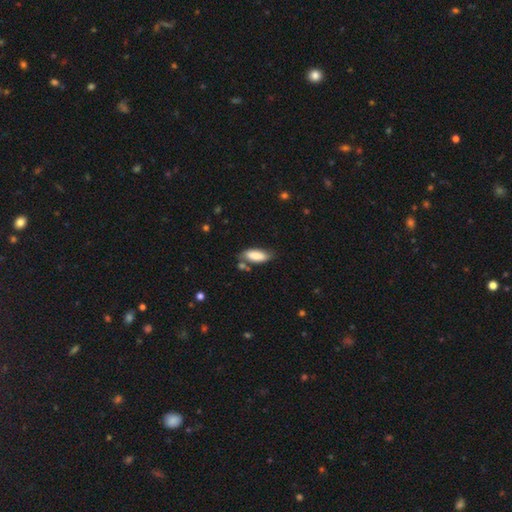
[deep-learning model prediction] Smooth or featured? Predicted: smooth (p=0.85). How rounded? Predicted: in between (p=0.78). Merging? Predicted: none (p=0.64).